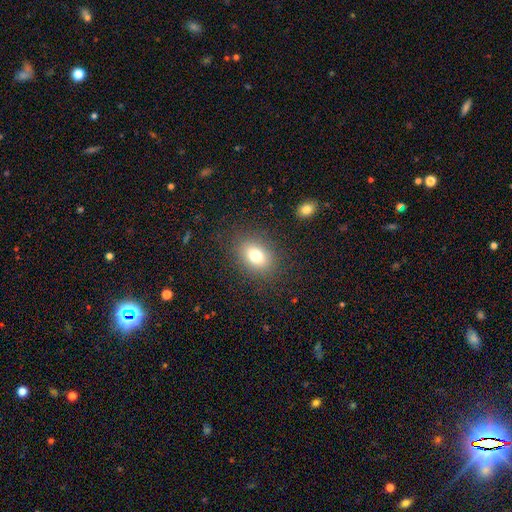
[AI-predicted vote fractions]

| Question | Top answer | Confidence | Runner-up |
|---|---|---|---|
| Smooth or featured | smooth | 77% | featured or disk (11%) |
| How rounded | in between | 73% | round (26%) |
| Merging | none | 84% | minor disturbance (10%) |